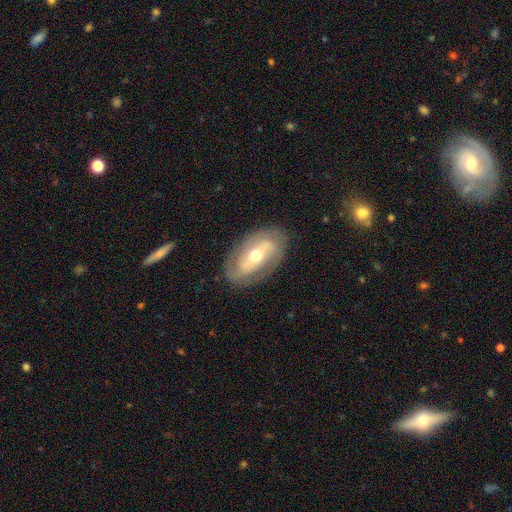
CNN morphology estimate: Smooth or featured?
  - featured or disk: 73% *
  - smooth: 21%
  - star or artifact: 6%
Edge-on disk?
  - no: 92% *
  - yes: 8%
Bar?
  - no: 35% * (tied)
  - weak: 35% * (tied)
  - strong: 29%
Spiral arms?
  - yes: 79% *
  - no: 21%
Spiral winding?
  - medium: 39% *
  - tight: 34%
  - loose: 26%
Spiral arm count?
  - 2: 77% *
  - can't tell: 14%
  - 1: 4%
  - 3: 3%
  - 4: 1%
  - more than 4: 1%
Bulge size?
  - moderate: 68% *
  - small: 25%
  - large: 5%
  - dominant: 1%
  - none: 1%
Merging?
  - none: 80% *
  - minor disturbance: 14%
  - major disturbance: 5%
  - merger: 1%